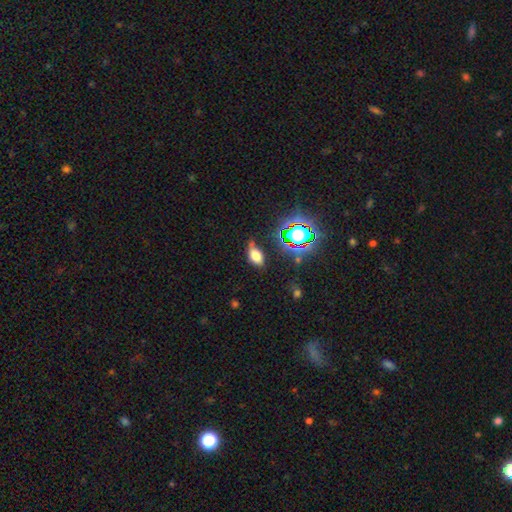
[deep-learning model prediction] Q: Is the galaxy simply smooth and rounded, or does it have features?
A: smooth — 66%.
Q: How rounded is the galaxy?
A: in between — 87%.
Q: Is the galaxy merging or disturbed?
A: none — 54%.